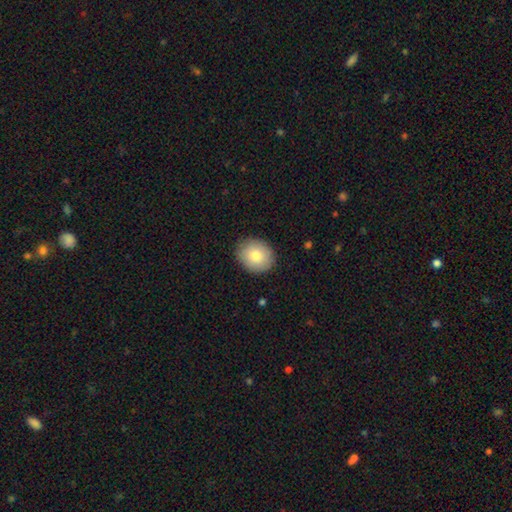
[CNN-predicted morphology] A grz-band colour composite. It shows a smooth galaxy with no disk features (81%) that is round (60%). Merging: none (87%).